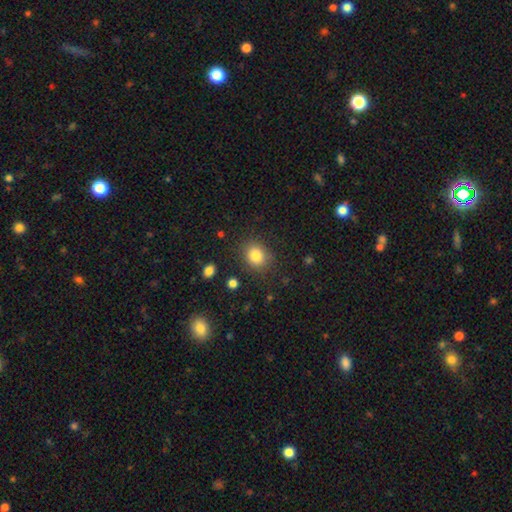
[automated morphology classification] type=smooth (83%); roundness=round (66%); merging=none (85%).